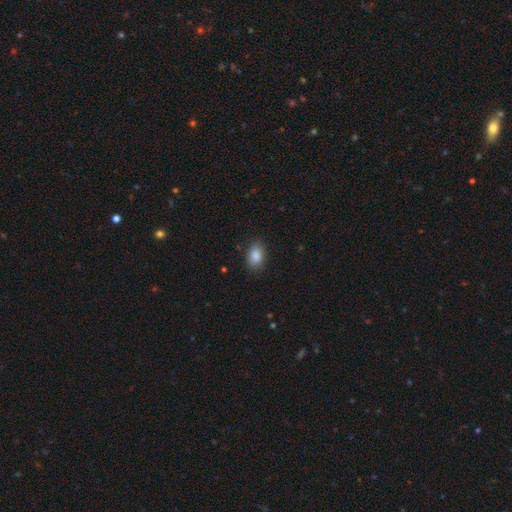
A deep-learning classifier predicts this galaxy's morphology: A smooth galaxy with no disk features (87%) that is in between round and cigar-shaped (86%).

Vote fractions:
- Smooth or featured? smooth: 87% / star or artifact: 8% / featured or disk: 5%
- How rounded? in between: 86% / round: 12% / cigar-shaped: 1%
- Merging? none: 85% / minor disturbance: 11% / major disturbance: 3% / merger: 1%